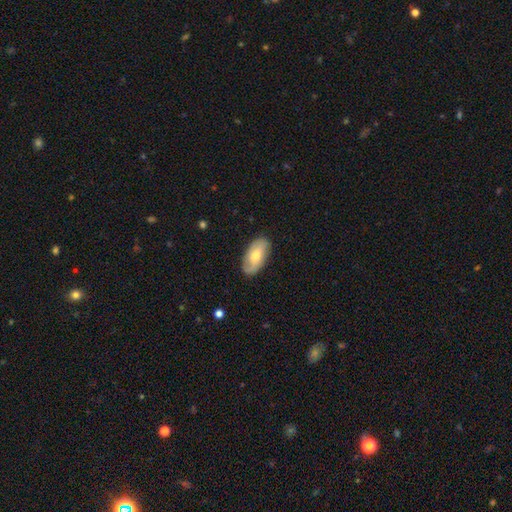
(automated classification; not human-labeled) smooth_or_featured: smooth (p=0.62) [alt: featured or disk p=0.33]
how_rounded: in between (p=0.94) [alt: cigar-shaped p=0.03]
merging: none (p=0.84) [alt: minor disturbance p=0.13]